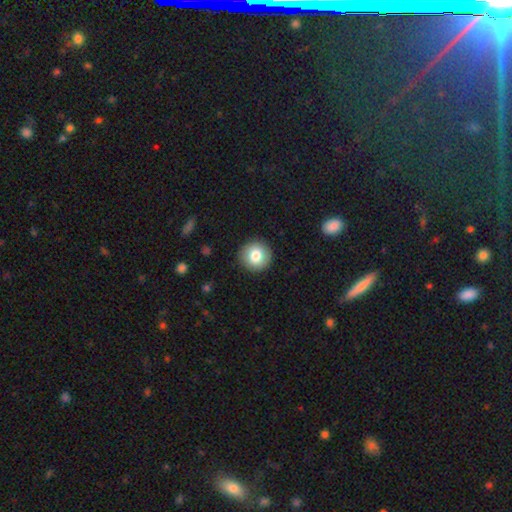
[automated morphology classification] Q: Smooth or featured?
A: smooth (79%); runner-up: featured or disk (12%)
Q: How rounded?
A: round (94%); runner-up: in between (5%)
Q: Merging?
A: none (91%); runner-up: minor disturbance (6%)